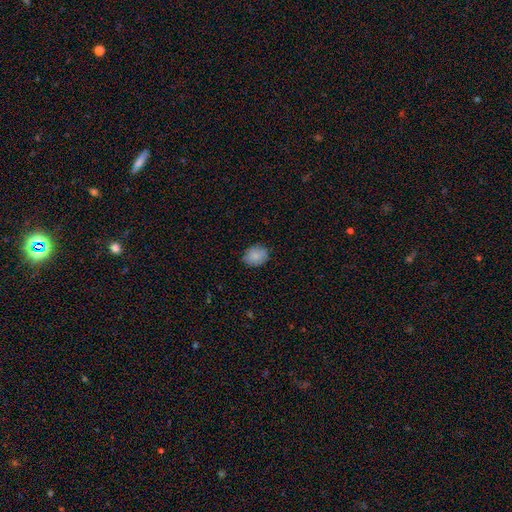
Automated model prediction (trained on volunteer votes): A smooth galaxy with no disk features (85%) that is in between round and cigar-shaped (52%).

Vote fractions:
- Smooth or featured? smooth: 85% / star or artifact: 8% / featured or disk: 7%
- How rounded? in between: 52% / round: 47% / cigar-shaped: 1%
- Merging? none: 80% / minor disturbance: 16% / major disturbance: 3% / merger: 1%